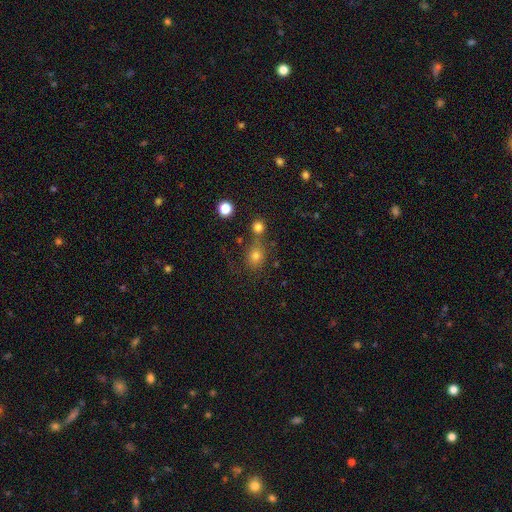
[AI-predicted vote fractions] Smooth or featured?
  - smooth: 73% *
  - star or artifact: 18%
  - featured or disk: 9%
How rounded?
  - round: 71% *
  - in between: 28%
  - cigar-shaped: 1%
Merging?
  - none: 58% *
  - merger: 25%
  - minor disturbance: 12%
  - major disturbance: 6%